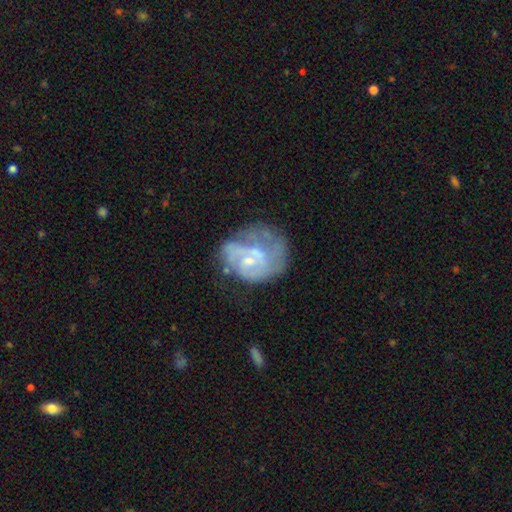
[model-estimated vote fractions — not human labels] Smooth or featured: featured or disk — 70% (smooth — 21%)
Edge-on disk: no — 98% (yes — 2%)
Bar: no — 63% (weak — 31%)
Spiral arms: yes — 64% (no — 36%)
Bulge size: small — 59% (moderate — 29%)
Merging: none — 38% (major disturbance — 30%)